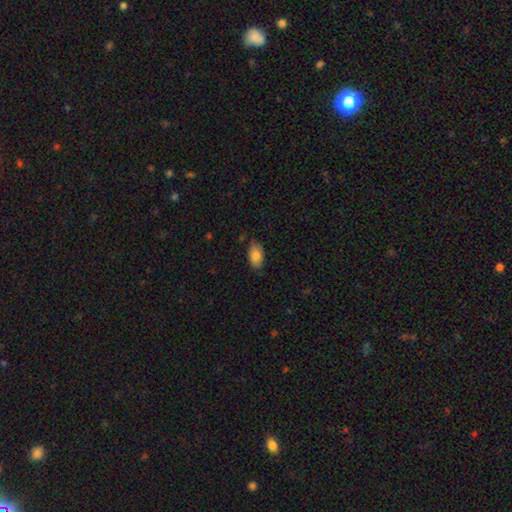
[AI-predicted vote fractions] smooth 82%, featured or disk 11%, star or artifact 7%. Down the decision tree: how rounded — in between (93%); merging — none (79%).